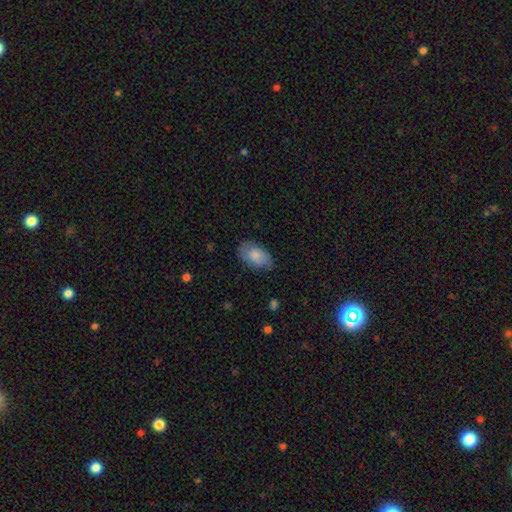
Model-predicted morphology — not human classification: Overall: smooth (82%). How rounded: in between (93%). Merging: none (72%).